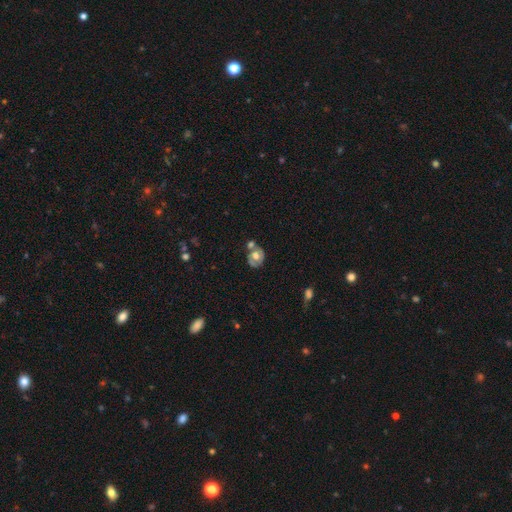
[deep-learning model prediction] Overall: featured or disk (48%; smooth 44%). Merging: none (48%; merger 29%).